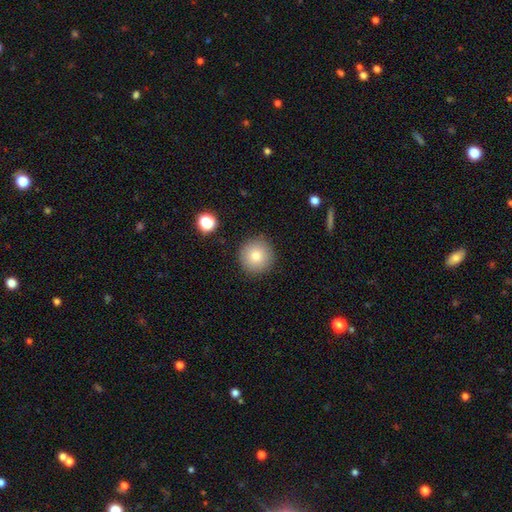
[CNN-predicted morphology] Smooth or featured? smooth (82%)
How rounded? round (95%)
Merging? none (90%)